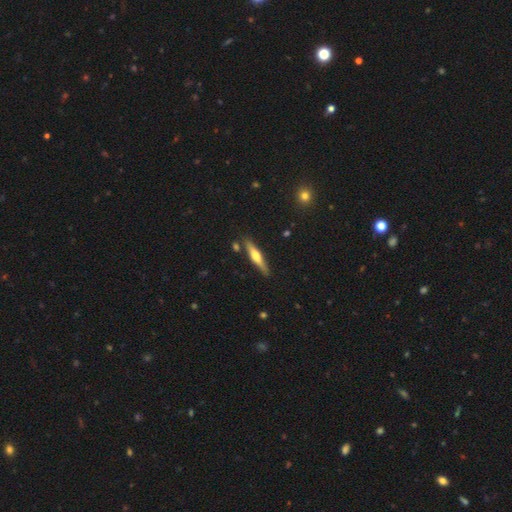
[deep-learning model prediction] The model was most divided on "smooth or featured": featured or disk: 59%, smooth: 36%, star or artifact: 6%. More confident: edge-on disk — yes (96%); edge-on bulge — rounded (87%); merging — none (85%).